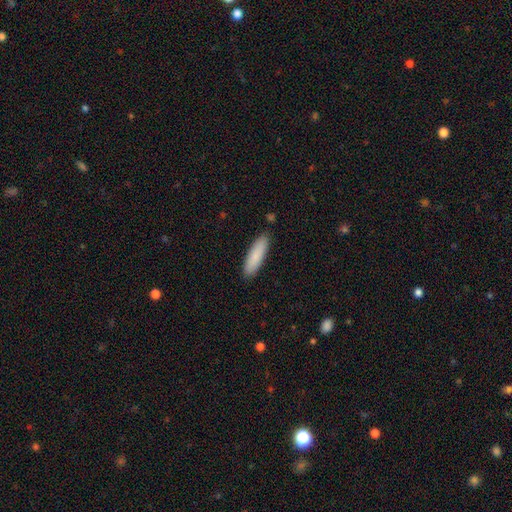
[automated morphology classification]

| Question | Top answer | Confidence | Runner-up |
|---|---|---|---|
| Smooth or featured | smooth | 86% | featured or disk (9%) |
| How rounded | cigar-shaped | 67% | in between (32%) |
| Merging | none | 89% | minor disturbance (8%) |